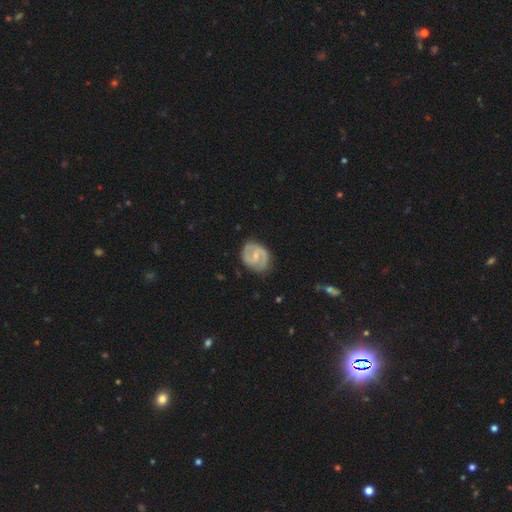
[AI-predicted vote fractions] smooth-or-featured: featured or disk: 76% | smooth: 19% | star or artifact: 5%
  disk-edge-on: no: 98% | yes: 2%
    bar: weak: 55% | no: 27% | strong: 18%
    has-spiral-arms: yes: 90% | no: 10%
      spiral-winding: medium: 51% | tight: 29% | loose: 20%
      spiral-arm-count: 2: 86% | can't tell: 8% | 1: 3% | 3: 2% | 4: 1% | more than 4: 1%
    bulge-size: small: 62% | moderate: 27% | none: 8% | large: 1% | dominant: 1%
  merging: none: 75% | minor disturbance: 18% | major disturbance: 5% | merger: 1%